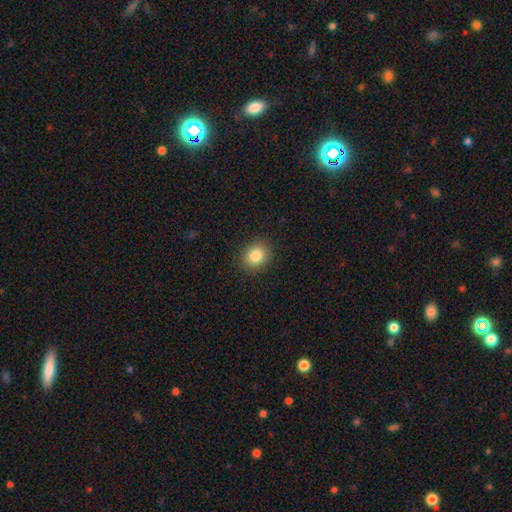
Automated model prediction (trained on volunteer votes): This appears to be a smooth galaxy with no disk features (84%) that is round (60%). Merging: none (89%).